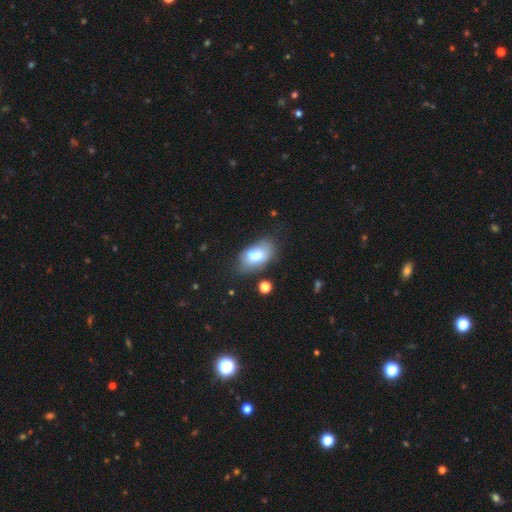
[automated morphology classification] smooth 70%, featured or disk 22%, star or artifact 8%. Down the decision tree: how rounded — in between (91%); merging — none (58%).